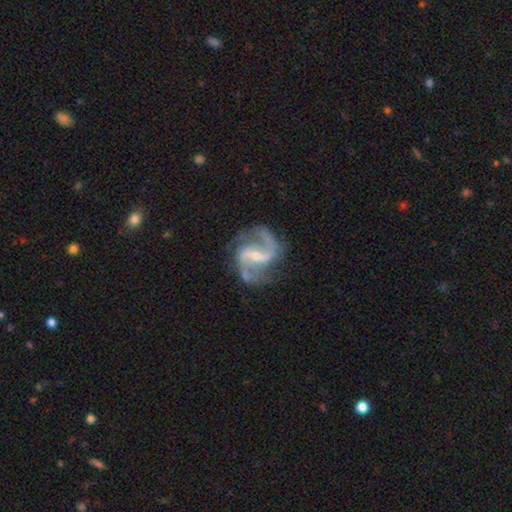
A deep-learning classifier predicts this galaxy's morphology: This appears to be a featured or disk galaxy (91%) with a strong bar (43%, tied with weak), 2 (88%) medium (58%) spiral arms (98%) and a small central bulge (64%). Merging: none (72%).